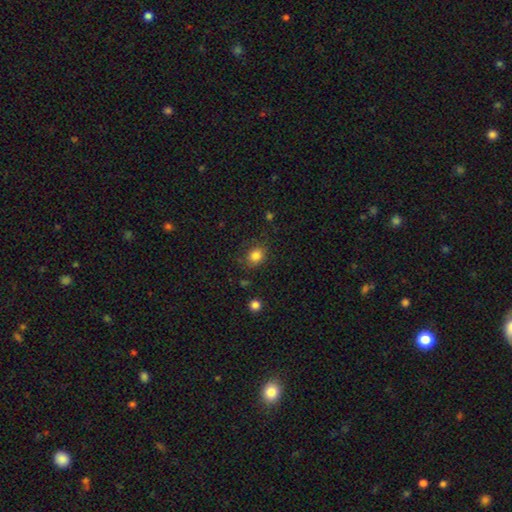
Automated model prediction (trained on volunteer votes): Smooth or featured? smooth (83%)
How rounded? round (67%)
Merging? none (75%)